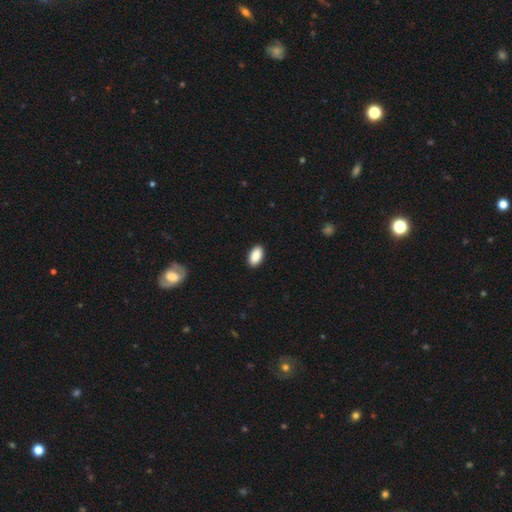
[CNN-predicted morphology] Q: Smooth or featured?
A: smooth (90%); runner-up: star or artifact (6%)
Q: How rounded?
A: in between (94%); runner-up: round (3%)
Q: Merging?
A: none (90%); runner-up: minor disturbance (7%)